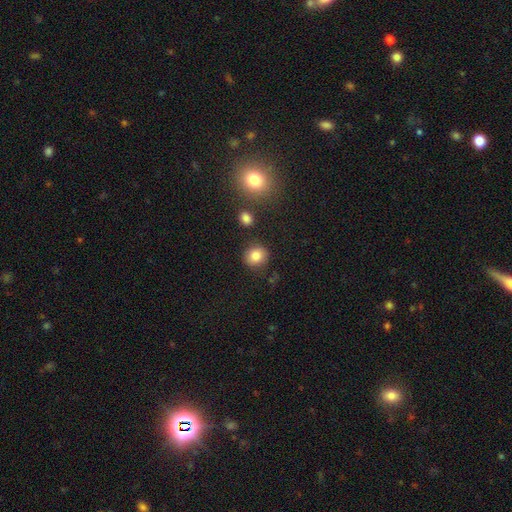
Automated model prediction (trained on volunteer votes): Smooth or featured? Predicted: smooth (p=0.83). How rounded? Predicted: round (p=0.82). Merging? Predicted: none (p=0.84).